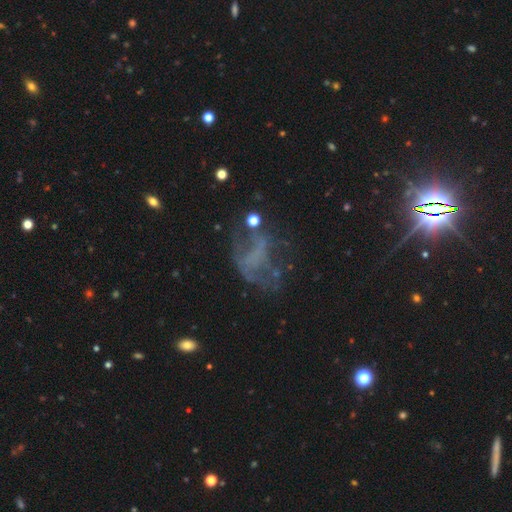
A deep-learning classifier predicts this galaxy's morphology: Smooth or featured? Predicted: featured or disk (p=0.52). Edge-on disk? Predicted: no (p=0.96). Merging? Predicted: major disturbance (p=0.40).